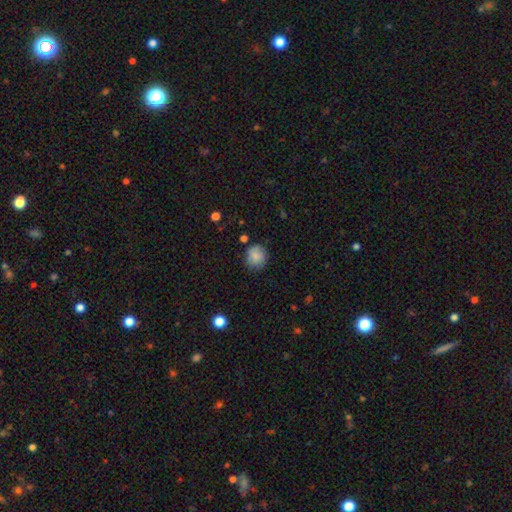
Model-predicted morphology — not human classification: Smooth or featured: smooth — 83% (star or artifact — 8%)
How rounded: round — 83% (in between — 16%)
Merging: none — 77% (minor disturbance — 18%)